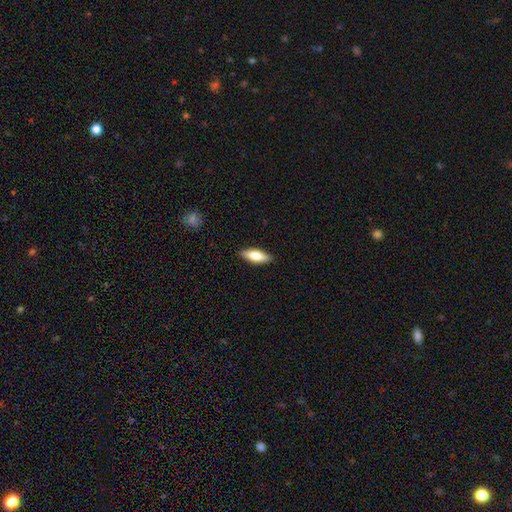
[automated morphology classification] type=smooth (73%); roundness=in between (65%); merging=none (89%).